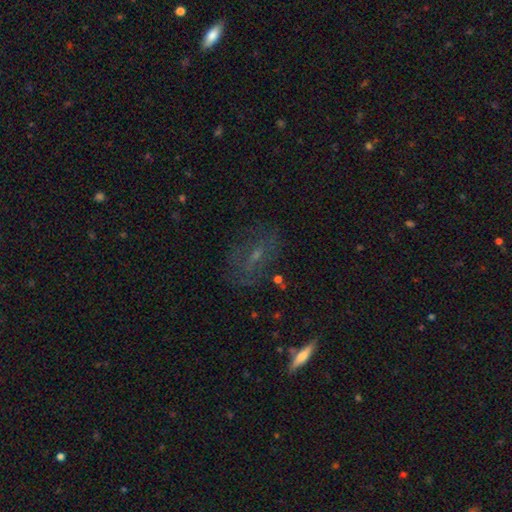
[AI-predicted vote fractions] The model was most divided on "smooth or featured": featured or disk: 51%, smooth: 29%, star or artifact: 20%. More confident: edge-on disk — no (85%); merging — none (68%).